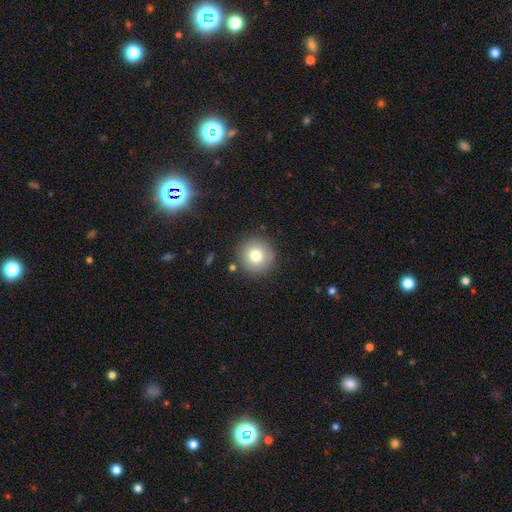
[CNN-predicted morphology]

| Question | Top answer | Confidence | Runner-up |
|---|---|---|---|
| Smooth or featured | smooth | 77% | featured or disk (12%) |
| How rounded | round | 95% | in between (4%) |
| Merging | none | 88% | minor disturbance (7%) |